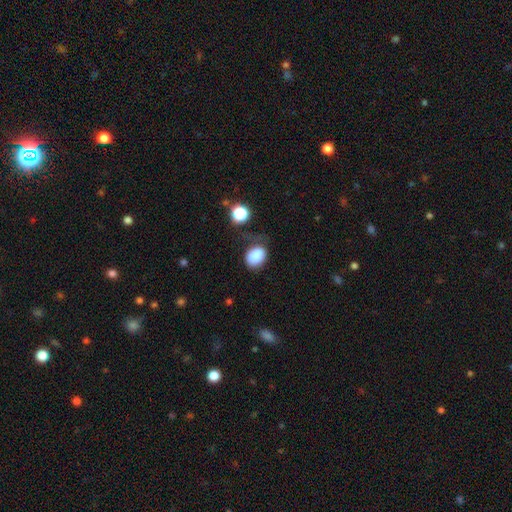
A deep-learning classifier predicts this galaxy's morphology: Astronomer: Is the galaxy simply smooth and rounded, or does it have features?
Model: smooth — 85%.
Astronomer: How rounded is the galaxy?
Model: in between — 66%.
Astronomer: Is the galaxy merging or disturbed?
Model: none — 52% (runner-up: minor disturbance, 29%).